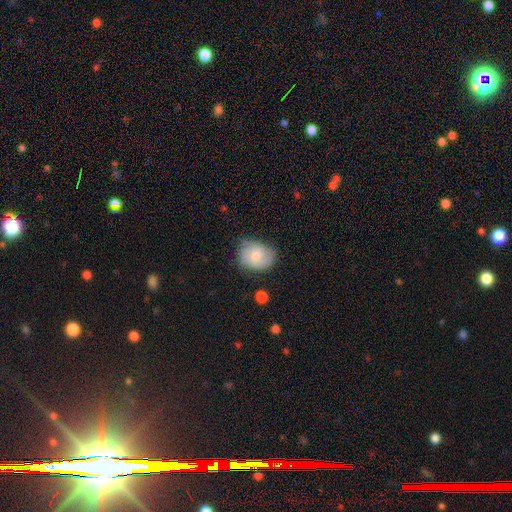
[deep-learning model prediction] Smooth or featured?
  - smooth: 62% *
  - featured or disk: 31%
  - star or artifact: 7%
How rounded?
  - in between: 54% *
  - round: 45%
  - cigar-shaped: 1%
Merging?
  - none: 61% *
  - minor disturbance: 30%
  - major disturbance: 8%
  - merger: 2%